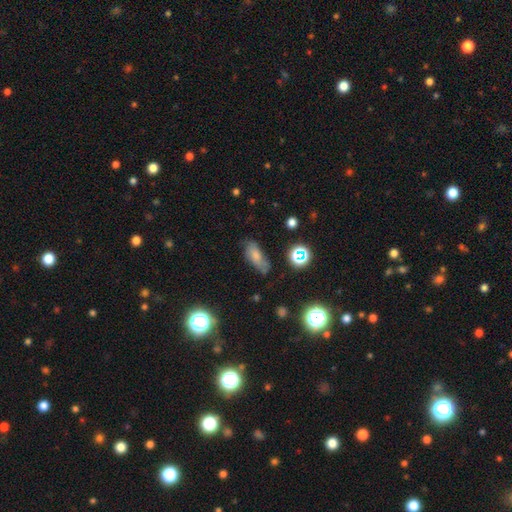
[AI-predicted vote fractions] A smooth galaxy with no disk features (65%) that is in between round and cigar-shaped (77%). Merging: none (59%).